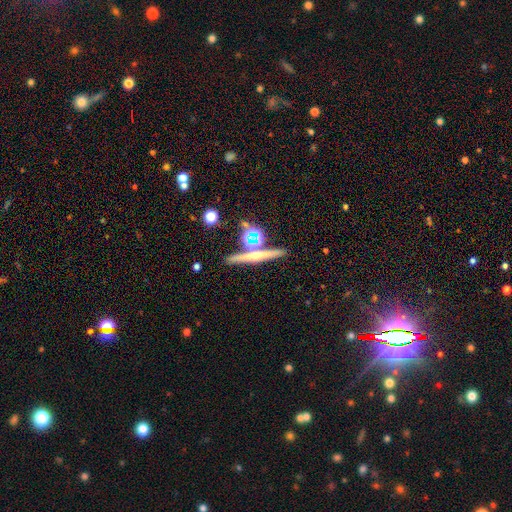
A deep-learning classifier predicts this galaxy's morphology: featured or disk 56%, smooth 28%, star or artifact 16%. Down the decision tree: edge-on disk — yes (93%); edge-on bulge — rounded (84%); merging — none (78%).